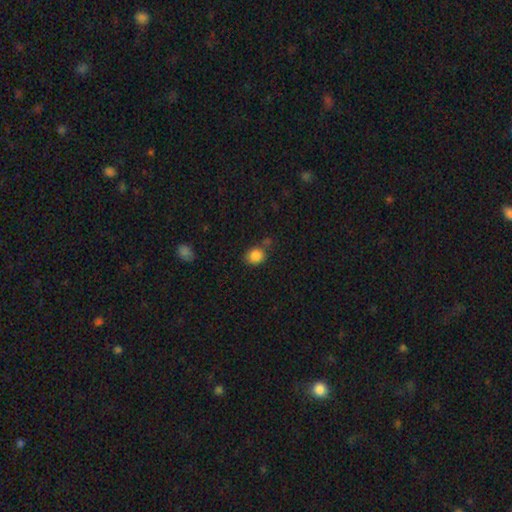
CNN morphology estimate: Smooth or featured?
  - smooth: 86% *
  - star or artifact: 10%
  - featured or disk: 4%
How rounded?
  - round: 60% *
  - in between: 39%
  - cigar-shaped: 1%
Merging?
  - none: 70% *
  - minor disturbance: 16%
  - merger: 10%
  - major disturbance: 4%